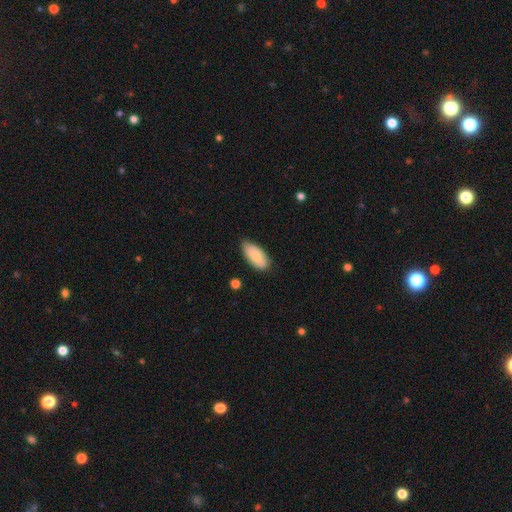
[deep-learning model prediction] Smooth or featured? smooth (78%)
How rounded? in between (92%)
Merging? none (76%)